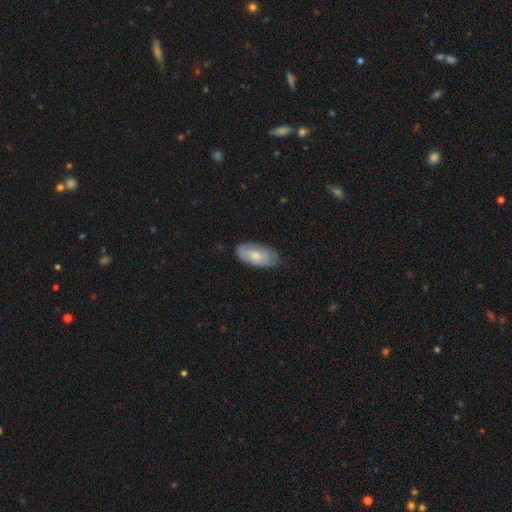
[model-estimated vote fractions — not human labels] Morphology: type=smooth (72%); roundness=in between (94%); merging=none (76%).